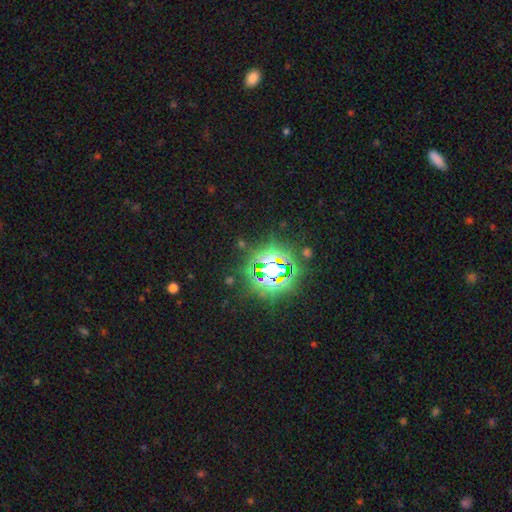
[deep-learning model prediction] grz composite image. It shows a star or artifact, not a galaxy (82%).